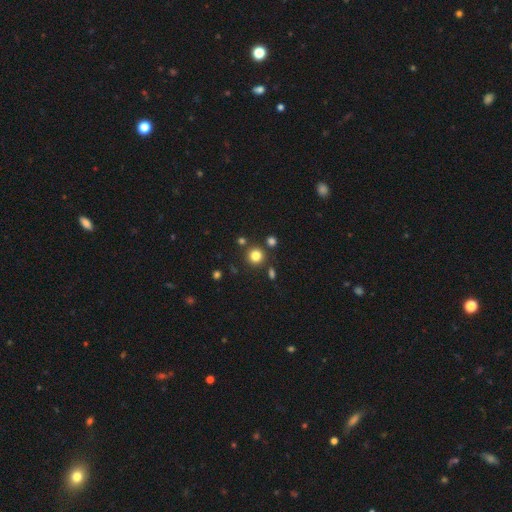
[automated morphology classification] type=smooth (81%); roundness=round (92%); merging=none (84%).